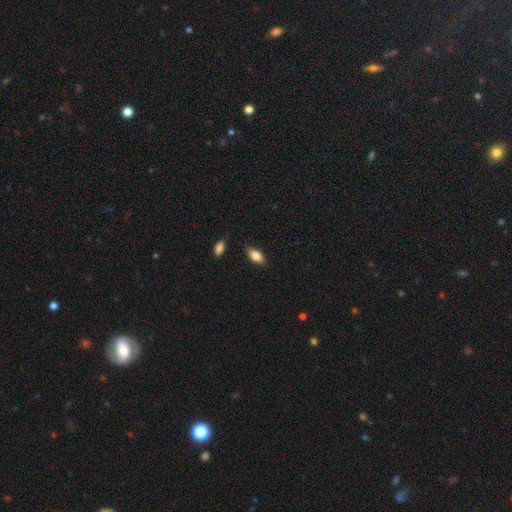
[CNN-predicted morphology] Smooth or featured? smooth (82%)
How rounded? in between (87%)
Merging? none (85%)